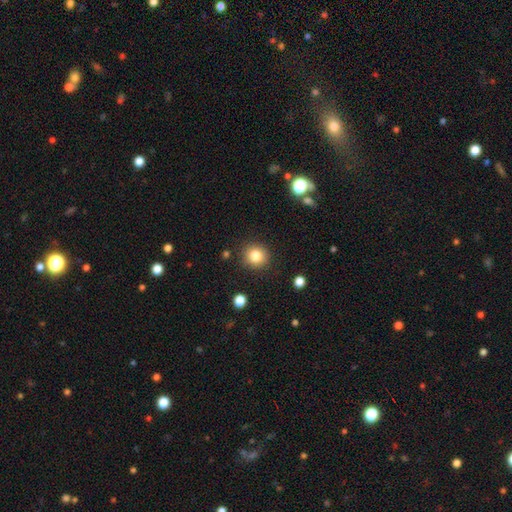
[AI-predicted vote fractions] Overall: smooth (82%). How rounded: round (88%). Merging: none (89%).